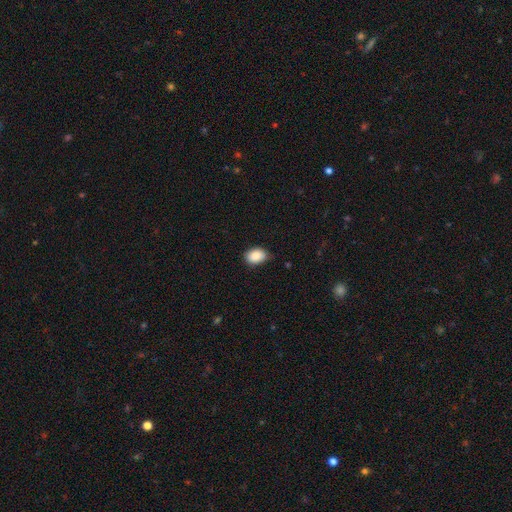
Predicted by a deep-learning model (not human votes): smooth-or-featured: smooth: 87% | star or artifact: 8% | featured or disk: 5%
  how-rounded: in between: 78% | round: 21% | cigar-shaped: 1%
  merging: none: 75% | minor disturbance: 21% | major disturbance: 3% | merger: 1%